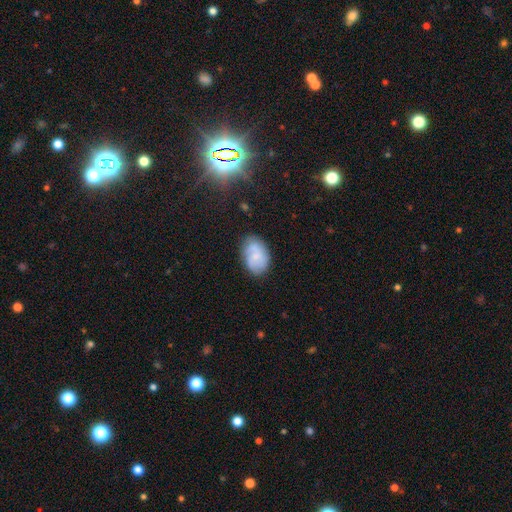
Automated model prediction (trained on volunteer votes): Morphology: type=smooth (54%); roundness=in between (82%); merging=none (72%).